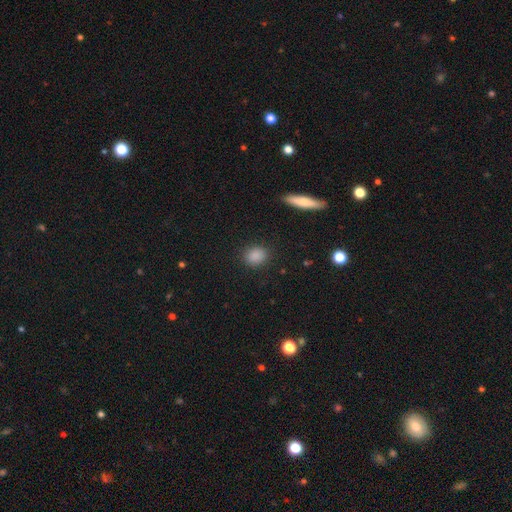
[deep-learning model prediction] Smooth or featured? smooth (86%)
How rounded? round (61%)
Merging? none (88%)